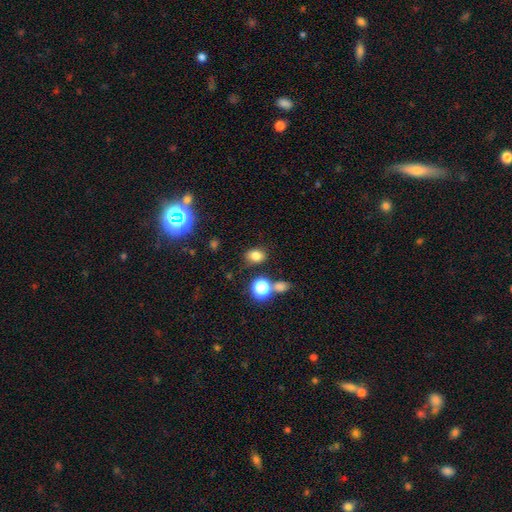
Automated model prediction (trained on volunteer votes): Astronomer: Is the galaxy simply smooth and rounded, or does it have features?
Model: smooth — 76%.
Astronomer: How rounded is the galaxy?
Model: in between — 60% (runner-up: round, 39%).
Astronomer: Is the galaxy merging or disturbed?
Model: none — 79%.